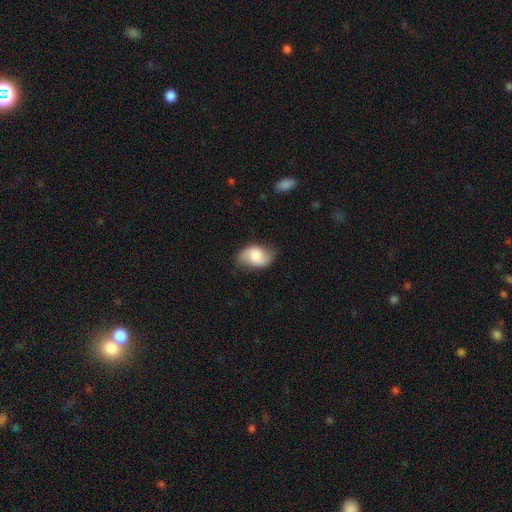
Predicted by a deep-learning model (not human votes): The model was most divided on "smooth or featured": smooth: 58%, featured or disk: 35%, star or artifact: 8%. More confident: how rounded — in between (86%); merging — none (70%).